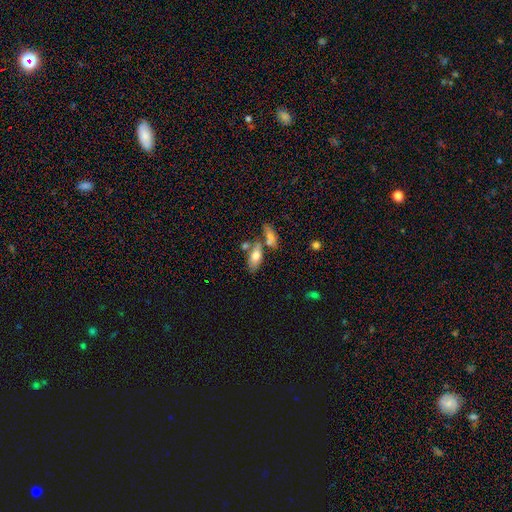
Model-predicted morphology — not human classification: Smooth or featured? smooth (73%)
How rounded? in between (84%)
Merging? none (50%)